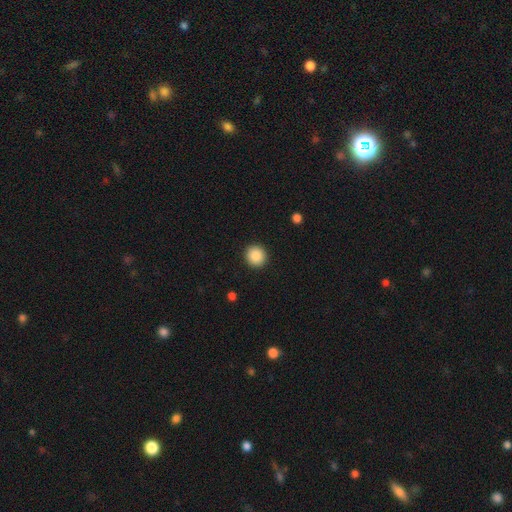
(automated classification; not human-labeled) Q: Smooth or featured?
A: smooth (88%); runner-up: star or artifact (8%)
Q: How rounded?
A: round (91%); runner-up: in between (8%)
Q: Merging?
A: none (92%); runner-up: minor disturbance (5%)